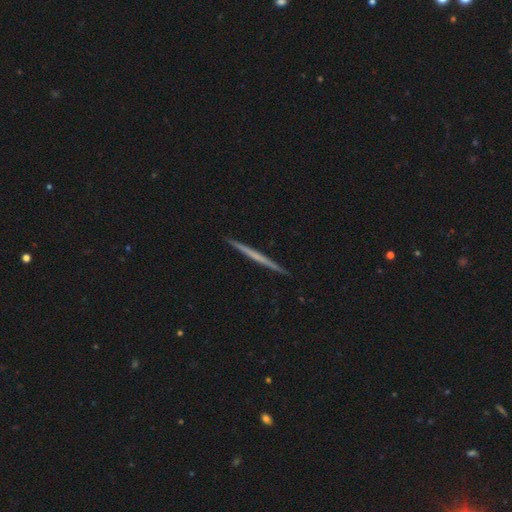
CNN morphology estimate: Overall: featured or disk (57%; smooth 38%). Edge-on disk: yes (98%). Edge-on bulge: none (88%). Merging: none (93%).